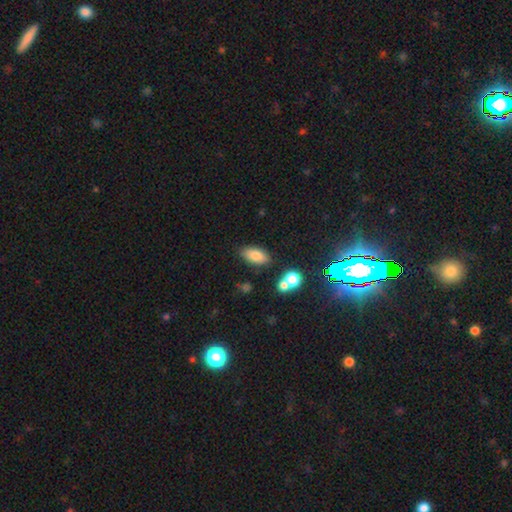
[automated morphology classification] Smooth or featured? smooth (81%)
How rounded? in between (87%)
Merging? none (78%)